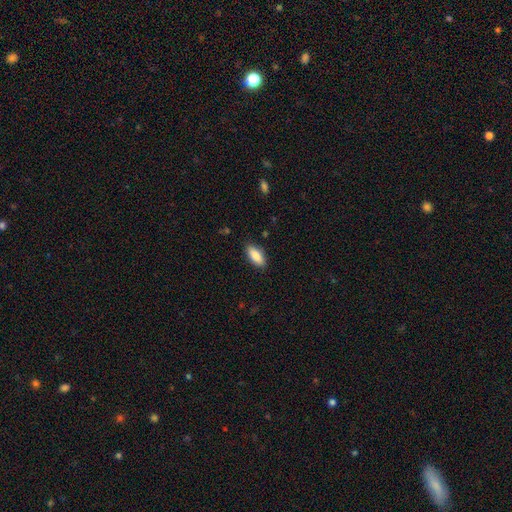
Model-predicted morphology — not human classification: Q: Smooth or featured?
A: smooth (86%); runner-up: featured or disk (7%)
Q: How rounded?
A: in between (84%); runner-up: cigar-shaped (13%)
Q: Merging?
A: none (87%); runner-up: minor disturbance (10%)